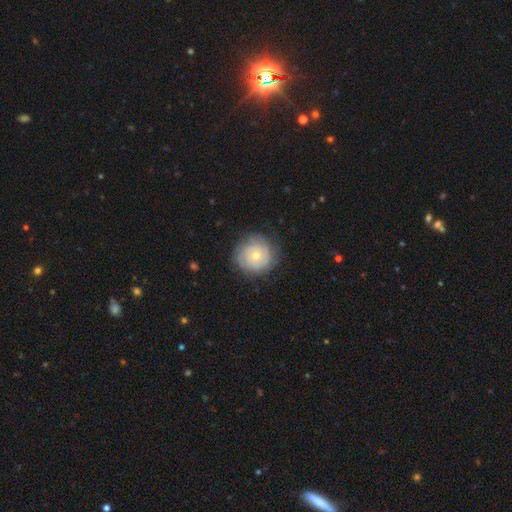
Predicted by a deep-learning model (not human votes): featured or disk 62%, smooth 31%, star or artifact 7%. Down the decision tree: edge-on disk — no (98%); bar — no (85%); spiral arms — yes (79%); bulge size — small (50%); merging — none (77%).